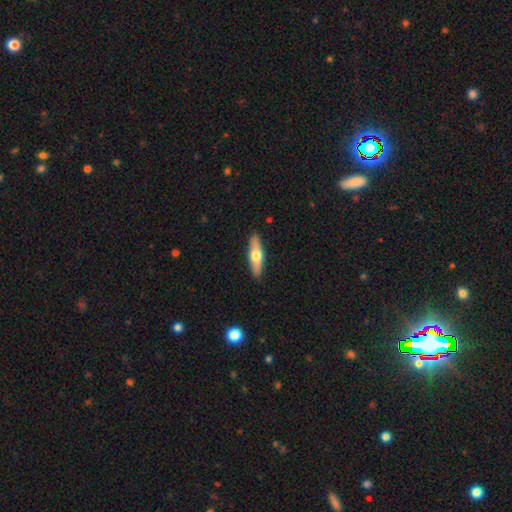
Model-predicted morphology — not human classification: A smooth galaxy with no disk features (55%) that is cigar-shaped (62%).

Vote fractions:
- Smooth or featured? smooth: 55% / featured or disk: 40% / star or artifact: 5%
- How rounded? cigar-shaped: 62% / in between: 35% / round: 2%
- Merging? none: 90% / minor disturbance: 8% / major disturbance: 2% / merger: 1%